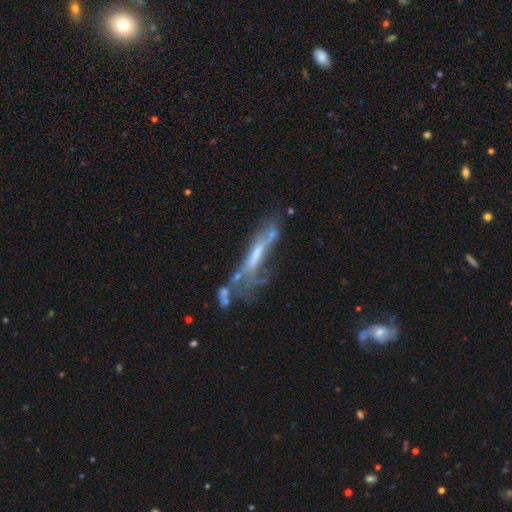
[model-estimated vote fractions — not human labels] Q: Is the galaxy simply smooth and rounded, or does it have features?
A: featured or disk — 65%.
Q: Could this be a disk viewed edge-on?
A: no — 50%, tied with yes.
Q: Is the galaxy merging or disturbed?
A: none — 34%.